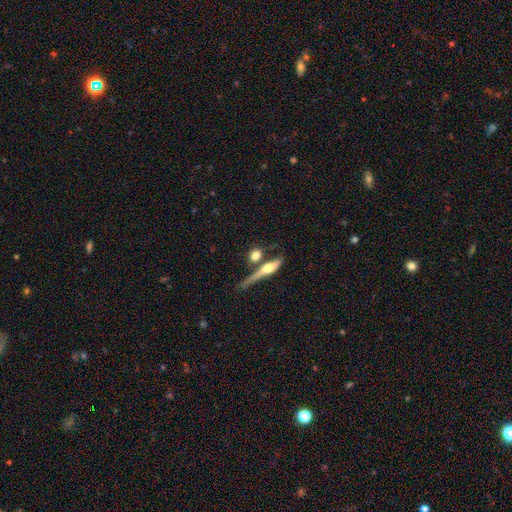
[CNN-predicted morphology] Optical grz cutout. It shows a smooth galaxy with no disk features (64%) that is in between round and cigar-shaped (36%). Merging: none (49%).